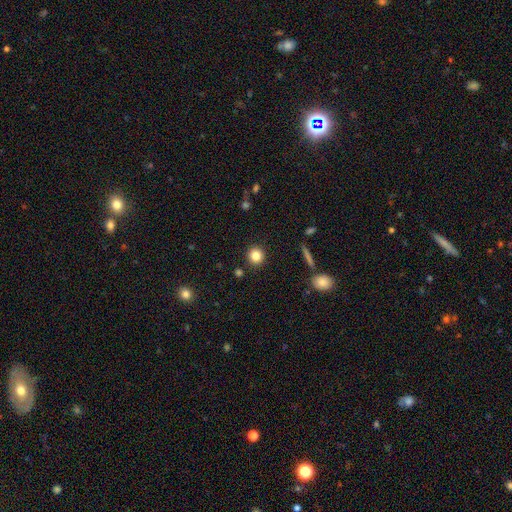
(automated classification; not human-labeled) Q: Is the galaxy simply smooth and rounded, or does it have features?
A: smooth — 84%.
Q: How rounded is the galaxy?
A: round — 92%.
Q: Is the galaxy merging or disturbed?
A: none — 91%.